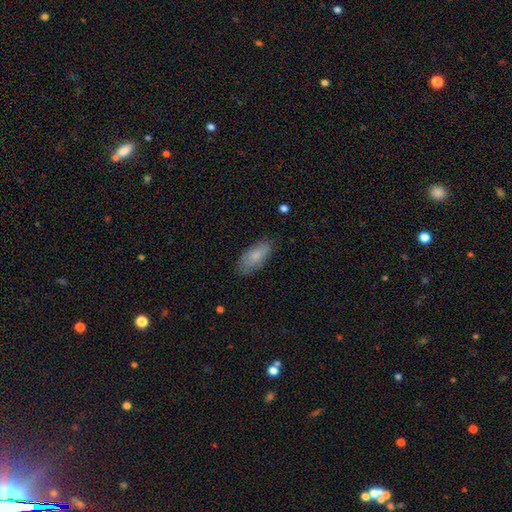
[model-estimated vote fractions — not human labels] smooth-or-featured: smooth: 79% | featured or disk: 15% | star or artifact: 6%
  how-rounded: in between: 85% | cigar-shaped: 13% | round: 2%
  merging: none: 80% | minor disturbance: 16% | major disturbance: 3% | merger: 1%